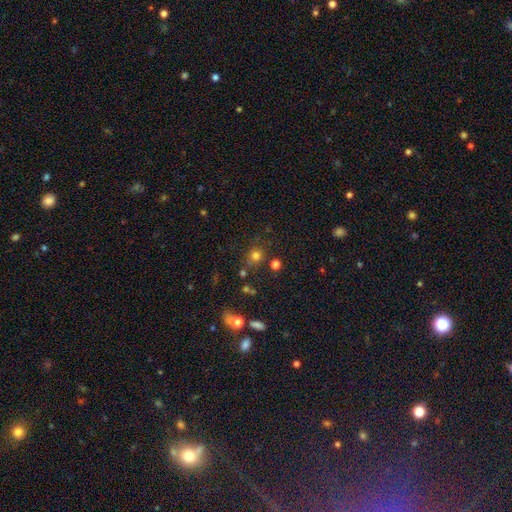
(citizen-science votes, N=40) A smooth galaxy with no disk features (82%) that is round (85%).

Vote fractions:
- Smooth or featured? smooth: 82% / star or artifact: 12% / featured or disk: 5%
- How rounded? round: 85% / in between: 15% / cigar-shaped: 0%
- Merging? none: 83% / minor disturbance: 9% / major disturbance: 6% / merger: 3%